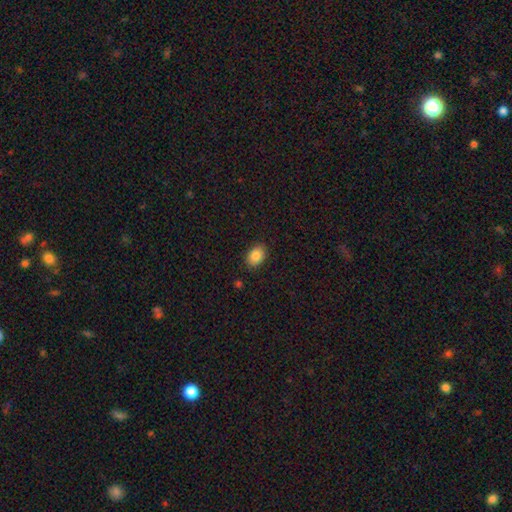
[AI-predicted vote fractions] Smooth or featured? Predicted: smooth (p=0.85). How rounded? Predicted: in between (p=0.78). Merging? Predicted: none (p=0.88).